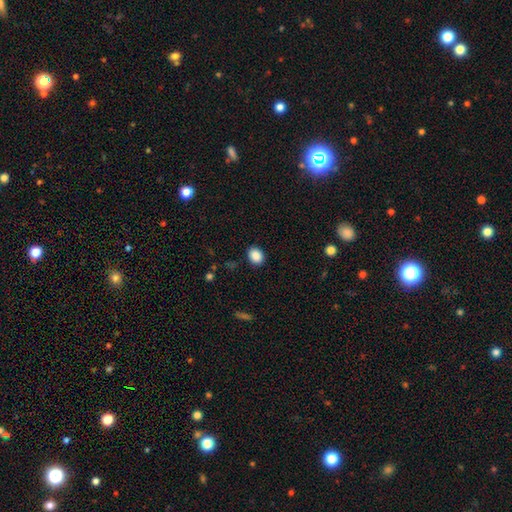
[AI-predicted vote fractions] smooth-or-featured: smooth: 89% | star or artifact: 8% | featured or disk: 3%
  how-rounded: in between: 50% (tied) | round: 50% (tied) | cigar-shaped: 1%
  merging: none: 88% | minor disturbance: 8% | major disturbance: 2% | merger: 1%